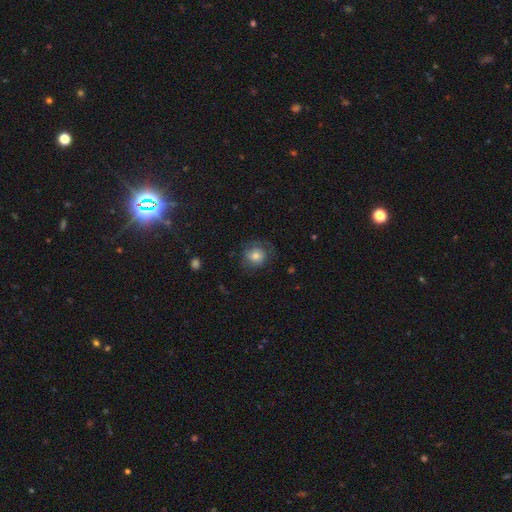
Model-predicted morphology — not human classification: type=smooth (73%); roundness=round (82%); merging=none (68%).